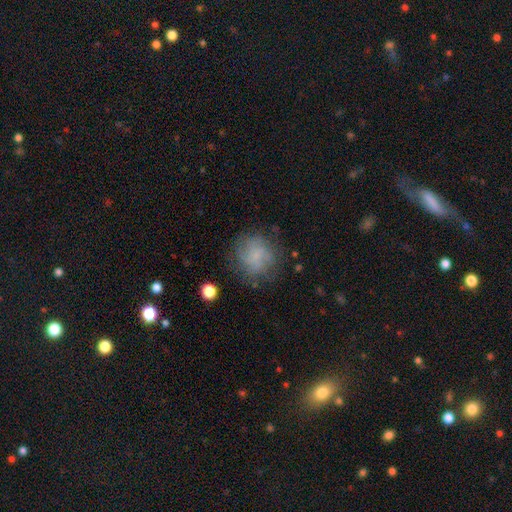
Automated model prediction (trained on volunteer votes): smooth 51%, featured or disk 37%, star or artifact 11%. Down the decision tree: how rounded — round (83%); merging — none (72%).